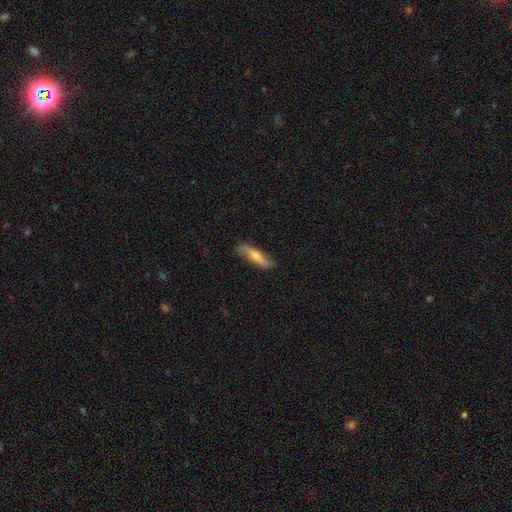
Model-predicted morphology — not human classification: Smooth or featured: smooth — 58% (featured or disk — 37%)
How rounded: cigar-shaped — 69% (in between — 29%)
Merging: none — 78% (minor disturbance — 18%)